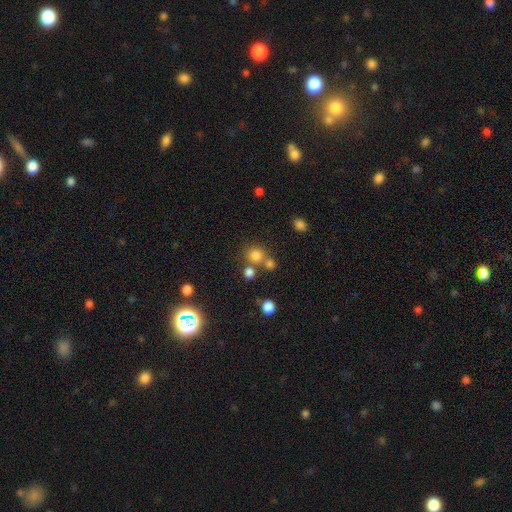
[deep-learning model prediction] Smooth or featured?
  - smooth: 75% *
  - star or artifact: 17%
  - featured or disk: 8%
How rounded?
  - round: 84% *
  - in between: 15%
  - cigar-shaped: 1%
Merging?
  - none: 60% *
  - merger: 26%
  - minor disturbance: 9%
  - major disturbance: 5%